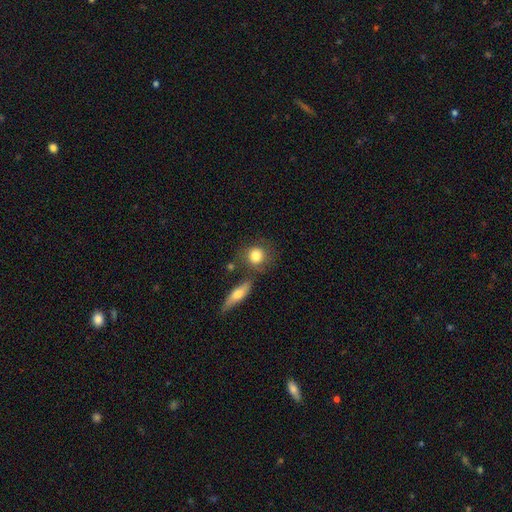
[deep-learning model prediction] Q: Smooth or featured?
A: smooth (80%); runner-up: featured or disk (13%)
Q: How rounded?
A: round (77%); runner-up: in between (20%)
Q: Merging?
A: none (64%); runner-up: merger (17%)